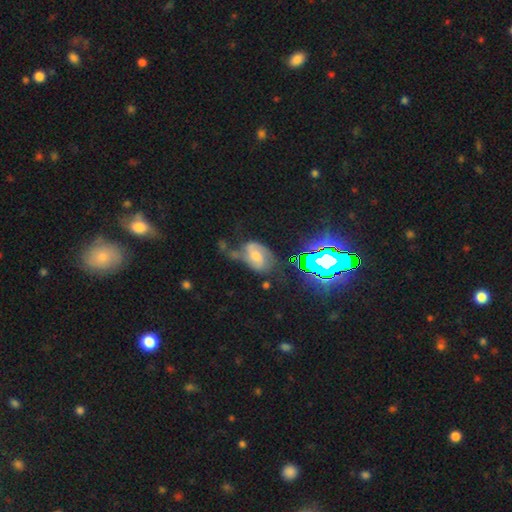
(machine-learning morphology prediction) Smooth or featured? featured or disk (51%)
Edge-on disk? no (95%)
Merging? none (40%)